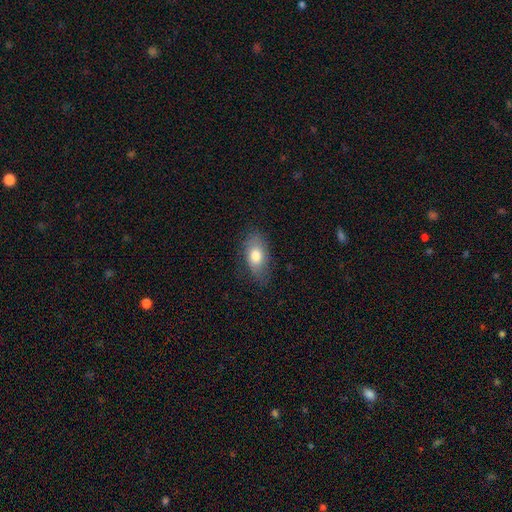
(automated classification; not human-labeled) Q: Smooth or featured?
A: smooth (76%); runner-up: featured or disk (16%)
Q: How rounded?
A: in between (89%); runner-up: round (7%)
Q: Merging?
A: none (74%); runner-up: minor disturbance (20%)